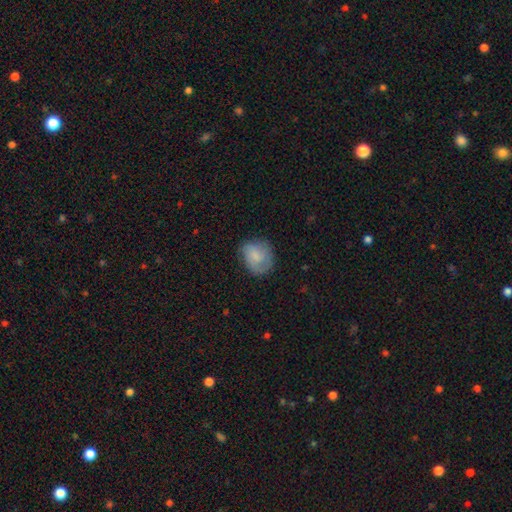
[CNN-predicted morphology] Overall: smooth (70%). How rounded: round (63%; in between 36%). Merging: none (68%).